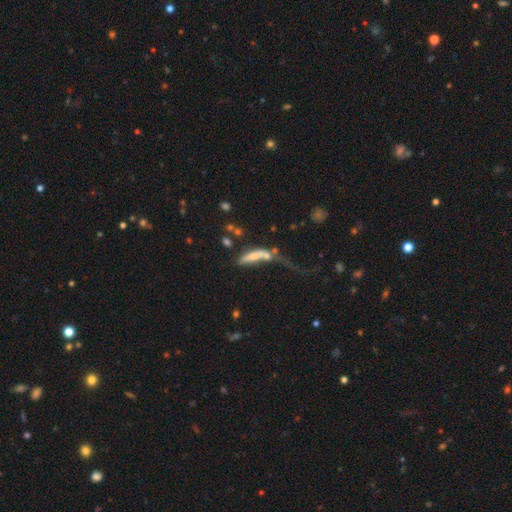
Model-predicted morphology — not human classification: type=smooth (51%); roundness=cigar-shaped (68%); merging=merger (34%).